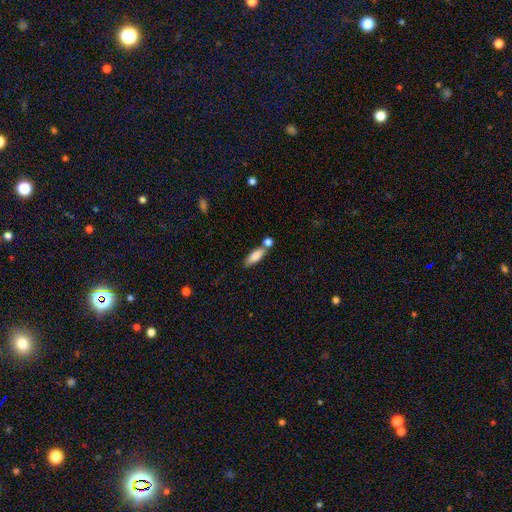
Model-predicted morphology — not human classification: smooth-or-featured: smooth: 76% | featured or disk: 17% | star or artifact: 7%
  how-rounded: in between: 60% | cigar-shaped: 38% | round: 3%
  merging: none: 59% | merger: 25% | minor disturbance: 13% | major disturbance: 3%